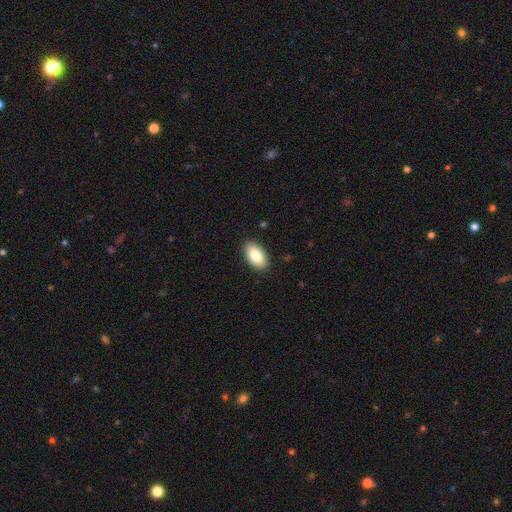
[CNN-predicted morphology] Q: Smooth or featured?
A: smooth (84%); runner-up: featured or disk (10%)
Q: How rounded?
A: in between (94%); runner-up: round (4%)
Q: Merging?
A: none (89%); runner-up: minor disturbance (9%)